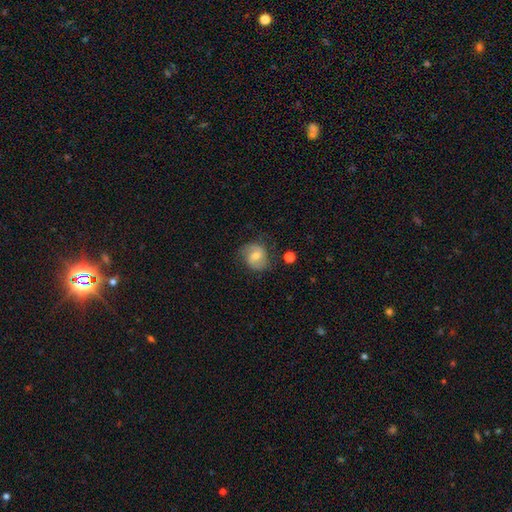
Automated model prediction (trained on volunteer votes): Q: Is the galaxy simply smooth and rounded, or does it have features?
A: featured or disk — 56%.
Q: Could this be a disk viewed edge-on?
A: no — 97%.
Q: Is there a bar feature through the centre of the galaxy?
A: weak — 49%.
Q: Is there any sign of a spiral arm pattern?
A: yes — 87%.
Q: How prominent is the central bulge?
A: moderate — 56%.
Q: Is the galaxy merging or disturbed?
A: none — 71%.